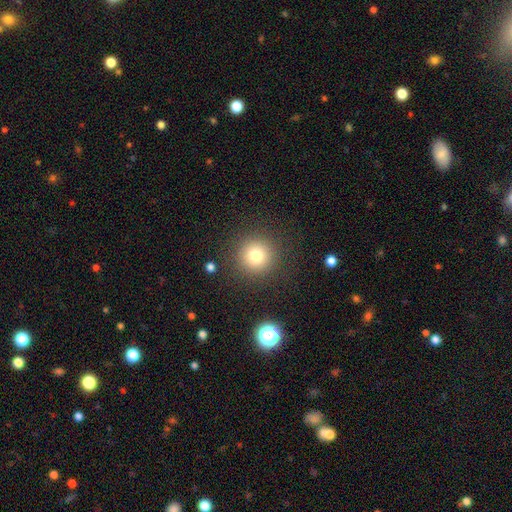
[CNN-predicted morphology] Smooth or featured? Predicted: smooth (p=0.77). How rounded? Predicted: round (p=0.95). Merging? Predicted: none (p=0.89).